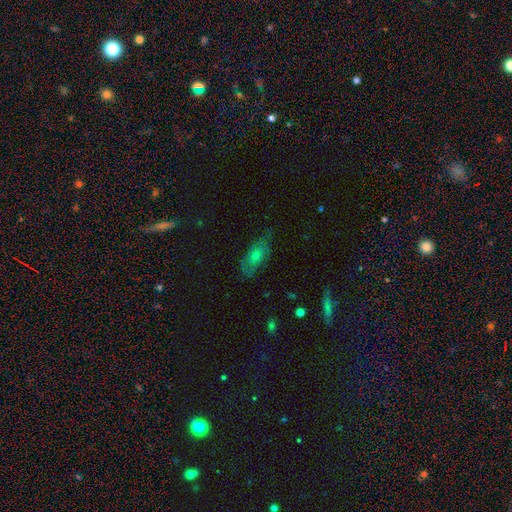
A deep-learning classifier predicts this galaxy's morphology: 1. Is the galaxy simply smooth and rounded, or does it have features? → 48% featured or disk, 40% smooth, 11% star or artifact.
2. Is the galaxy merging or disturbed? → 67% none, 23% minor disturbance, 9% major disturbance, 2% merger.